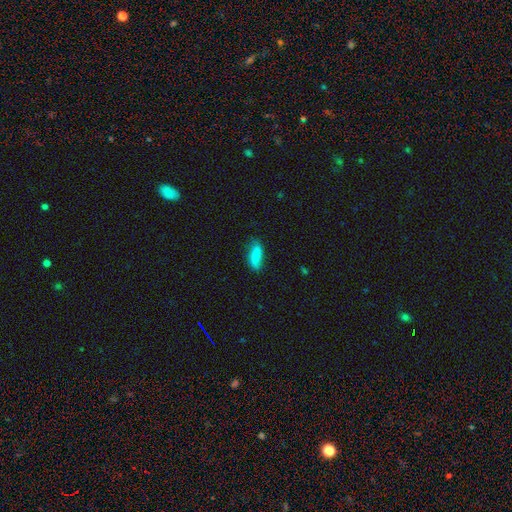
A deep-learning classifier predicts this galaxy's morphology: This appears to be a smooth galaxy with no disk features (77%) that is in between round and cigar-shaped (79%). Merging: none (69%).